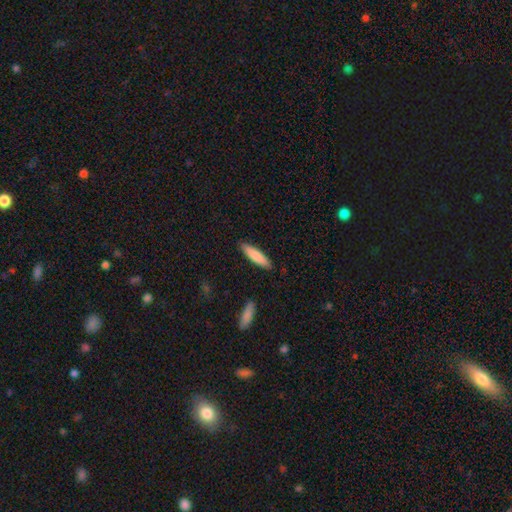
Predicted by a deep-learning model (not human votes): smooth_or_featured: smooth (p=0.83) [alt: featured or disk p=0.12]
how_rounded: cigar-shaped (p=0.76) [alt: in between p=0.23]
merging: none (p=0.89) [alt: minor disturbance p=0.08]